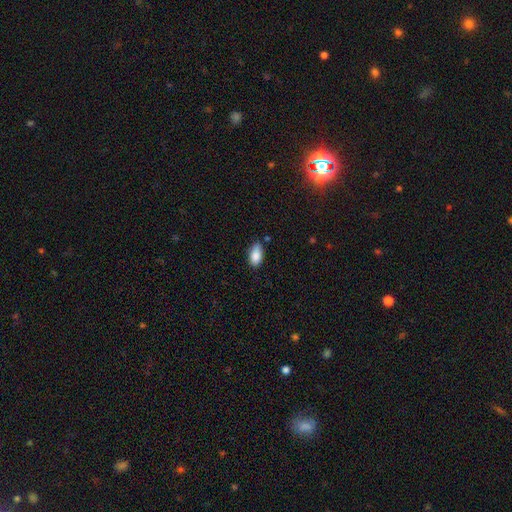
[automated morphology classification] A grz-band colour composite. It shows a smooth galaxy with no disk features (87%) that is in between round and cigar-shaped (92%). Merging: none (71%).